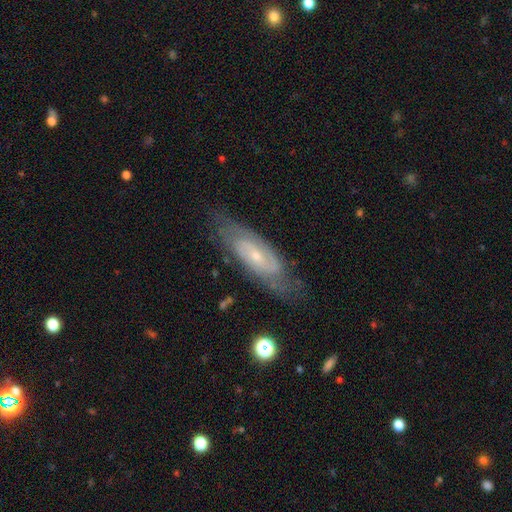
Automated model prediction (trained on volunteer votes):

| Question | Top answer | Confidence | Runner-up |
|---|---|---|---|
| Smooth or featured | featured or disk | 76% | smooth (17%) |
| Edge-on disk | no | 84% | yes (16%) |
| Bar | no | 55% | weak (36%) |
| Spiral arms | yes | 89% | no (11%) |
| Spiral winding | tight | 52% | medium (37%) |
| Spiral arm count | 2 | 56% | can't tell (32%) |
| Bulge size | small | 70% | moderate (25%) |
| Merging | none | 75% | minor disturbance (18%) |